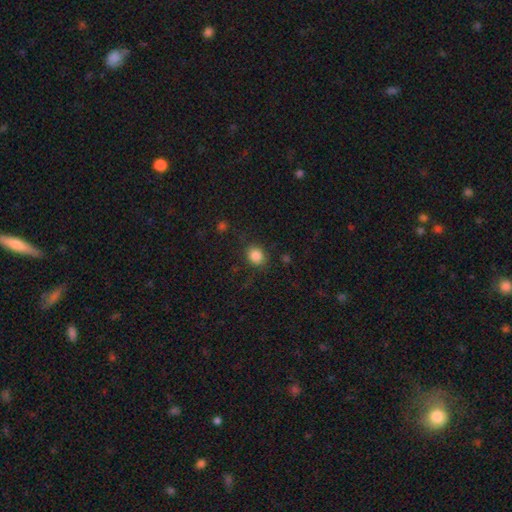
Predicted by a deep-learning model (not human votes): smooth-or-featured: smooth: 85% | star or artifact: 11% | featured or disk: 5%
  how-rounded: round: 66% | in between: 33% | cigar-shaped: 1%
  merging: none: 81% | minor disturbance: 13% | major disturbance: 5% | merger: 2%